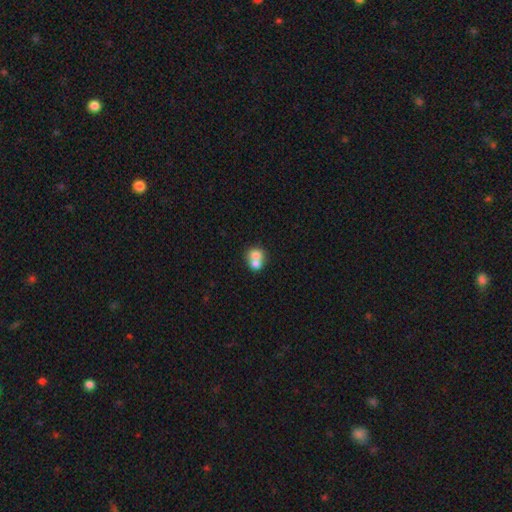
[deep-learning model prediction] Smooth or featured? smooth (70%)
How rounded? round (75%)
Merging? merger (65%)